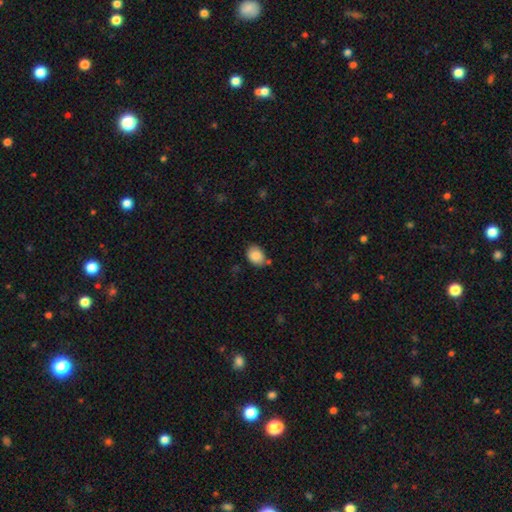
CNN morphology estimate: Q: Smooth or featured?
A: smooth (88%); runner-up: star or artifact (8%)
Q: How rounded?
A: in between (70%); runner-up: round (29%)
Q: Merging?
A: none (69%); runner-up: minor disturbance (19%)